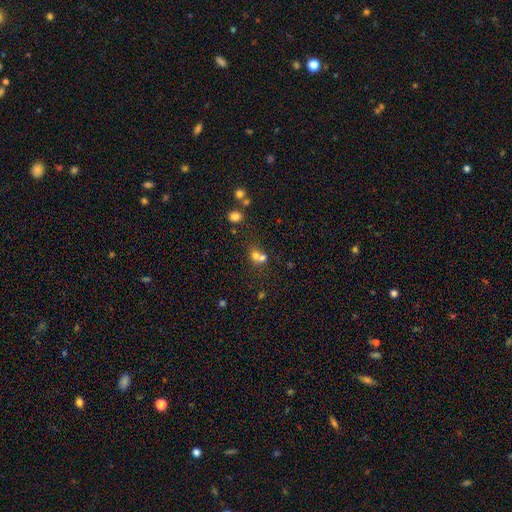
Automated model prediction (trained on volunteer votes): Q: Smooth or featured?
A: smooth (67%); runner-up: star or artifact (17%)
Q: How rounded?
A: round (71%); runner-up: in between (28%)
Q: Merging?
A: merger (60%); runner-up: none (30%)